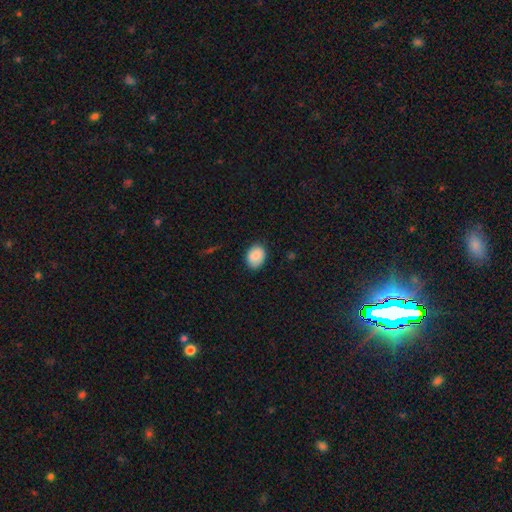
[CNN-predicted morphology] Smooth or featured: smooth — 85% (featured or disk — 8%)
How rounded: in between — 67% (round — 32%)
Merging: none — 80% (minor disturbance — 16%)